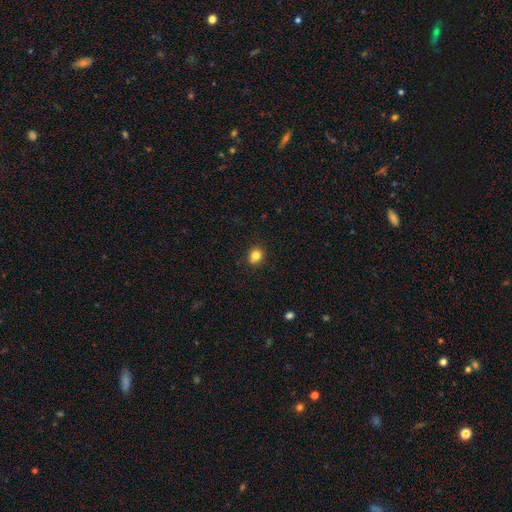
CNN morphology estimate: Smooth or featured: smooth — 83% (star or artifact — 11%)
How rounded: round — 63% (in between — 36%)
Merging: none — 89% (minor disturbance — 8%)